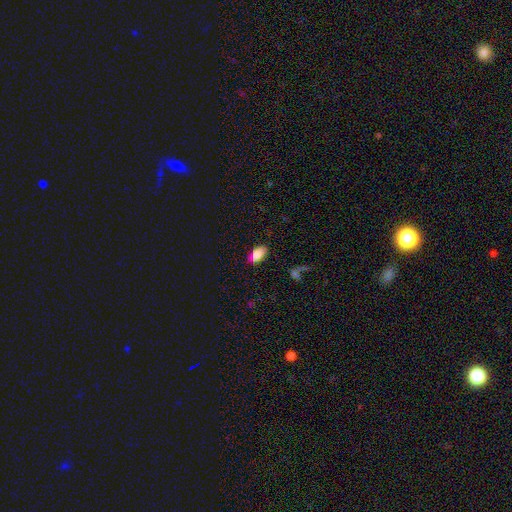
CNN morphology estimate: Overall: smooth (83%). How rounded: in between (93%). Merging: none (77%).